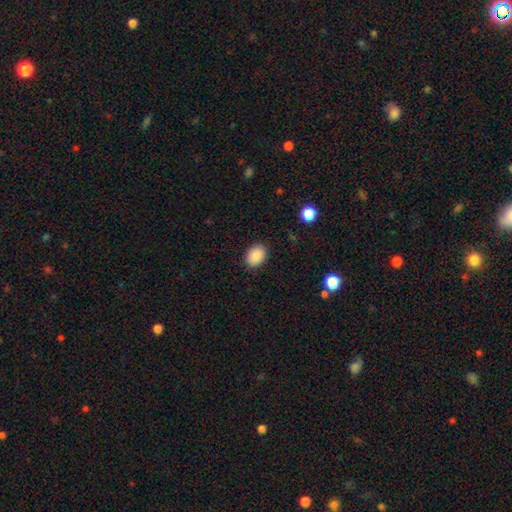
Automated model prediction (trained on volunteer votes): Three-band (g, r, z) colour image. It shows a smooth galaxy with no disk features (89%) that is in between round and cigar-shaped (76%). Merging: none (88%).